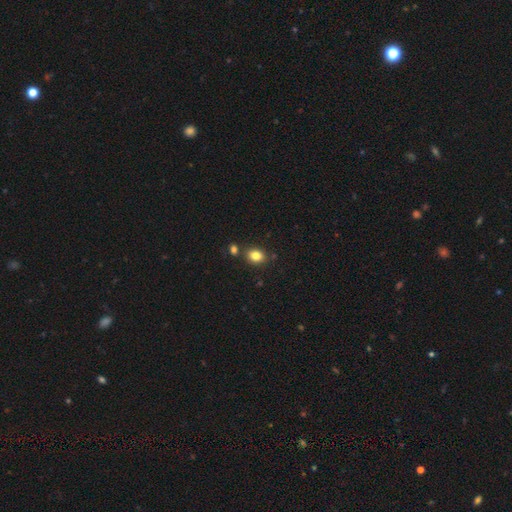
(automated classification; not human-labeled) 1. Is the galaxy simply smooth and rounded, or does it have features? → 82% smooth, 11% star or artifact, 6% featured or disk.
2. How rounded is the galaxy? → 56% in between, 43% round, 1% cigar-shaped.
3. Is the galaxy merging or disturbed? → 78% none, 10% minor disturbance, 10% merger, 3% major disturbance.